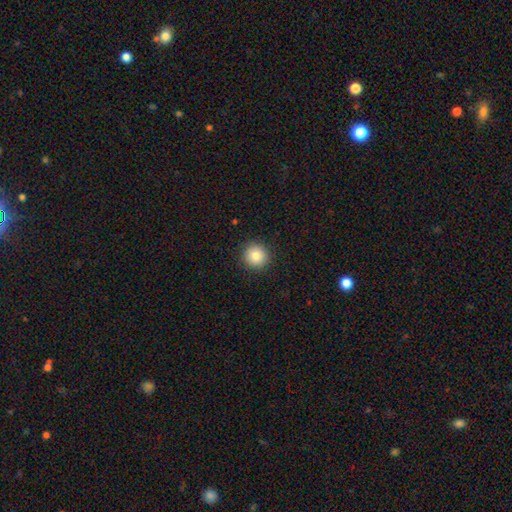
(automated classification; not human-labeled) The model was most divided on "smooth or featured": smooth: 84%, star or artifact: 10%, featured or disk: 6%. More confident: how rounded — round (94%); merging — none (92%).